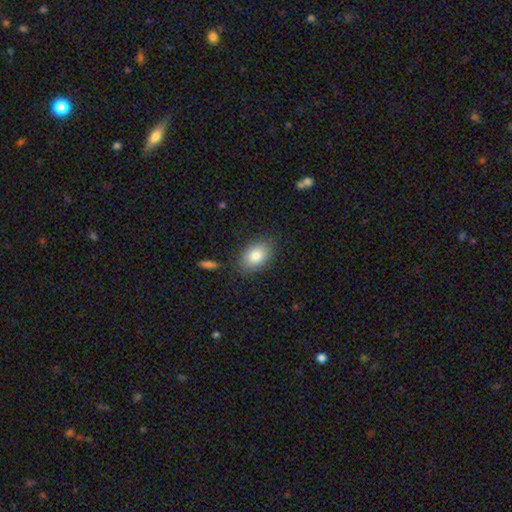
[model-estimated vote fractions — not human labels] Morphology: type=smooth (82%); roundness=in between (84%); merging=none (83%).